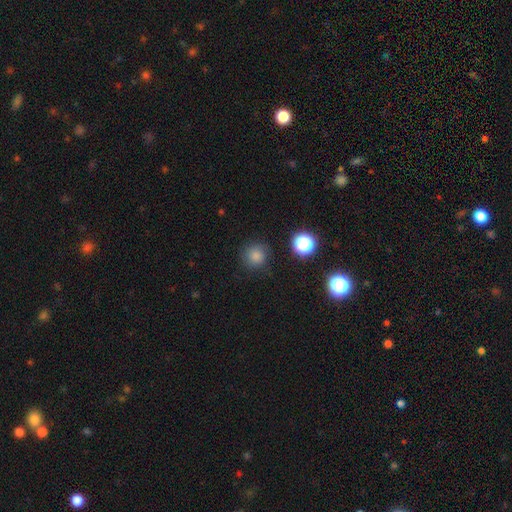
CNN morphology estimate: This is clearly a smooth galaxy (80%). How rounded: clearly round (92%). Merging: clearly none (84%).